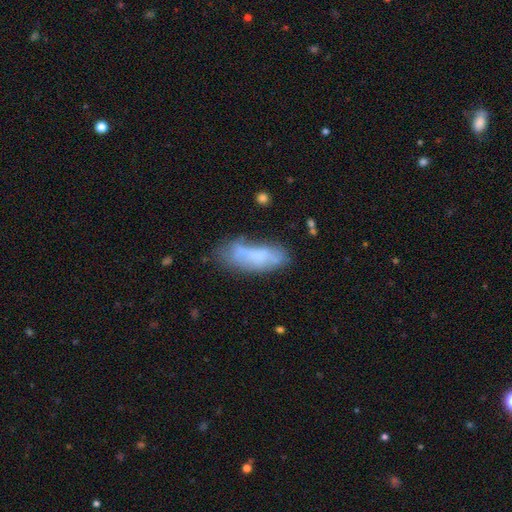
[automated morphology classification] smooth-or-featured: smooth: 61% | featured or disk: 30% | star or artifact: 9%
  how-rounded: in between: 63% | cigar-shaped: 35% | round: 2%
  merging: none: 44% | minor disturbance: 30% | major disturbance: 17% | merger: 10%